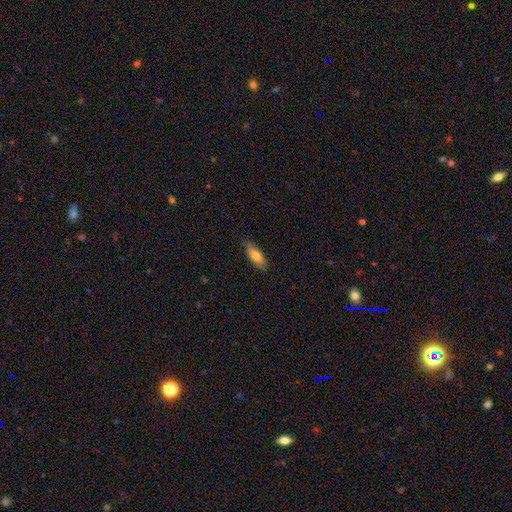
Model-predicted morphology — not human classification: A smooth galaxy with no disk features (72%) that is in between round and cigar-shaped (70%). Merging: none (84%).